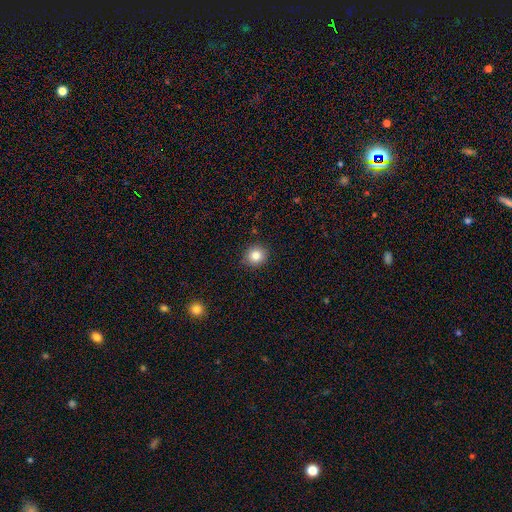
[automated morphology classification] type=smooth (84%); roundness=round (88%); merging=none (90%).